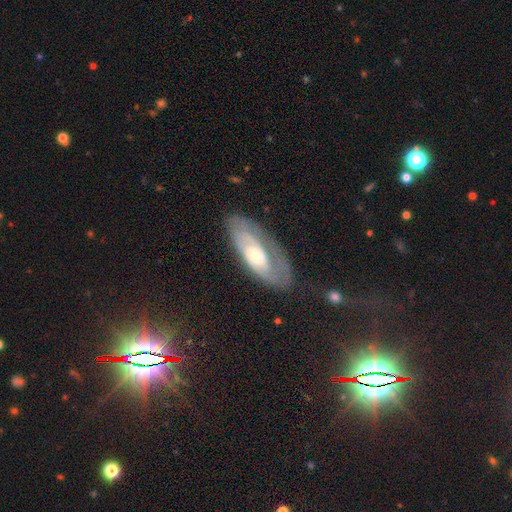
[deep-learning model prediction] Morphology: type=featured or disk (69%); edge-on=no (89%); bar=no (74%); spiral arms=yes (79%); bulge=small (55%); merging=none (65%).